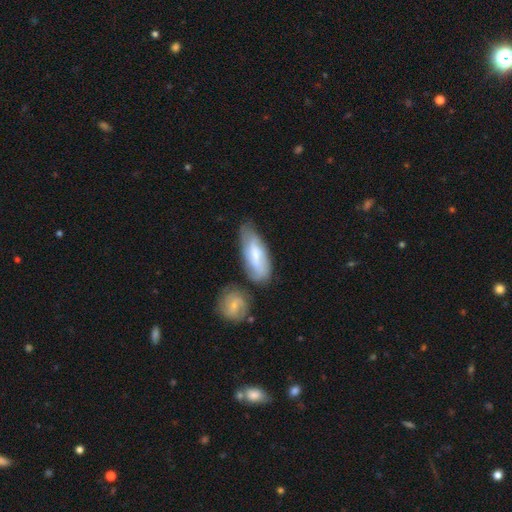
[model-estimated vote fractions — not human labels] smooth-or-featured: smooth: 57% | featured or disk: 37% | star or artifact: 6%
  how-rounded: in between: 69% | cigar-shaped: 29% | round: 2%
  merging: none: 57% | minor disturbance: 23% | merger: 13% | major disturbance: 7%